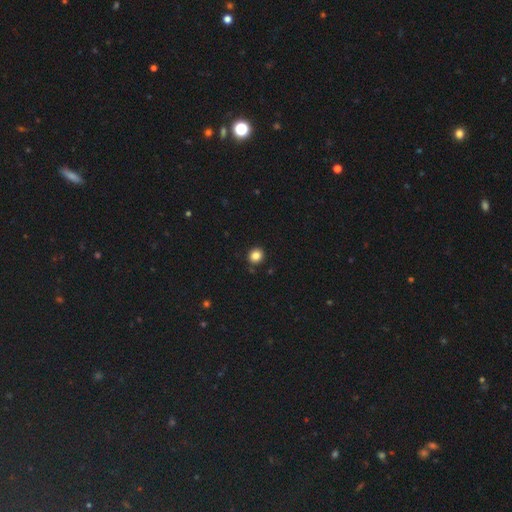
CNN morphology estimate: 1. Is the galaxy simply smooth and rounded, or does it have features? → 85% smooth, 11% star or artifact, 4% featured or disk.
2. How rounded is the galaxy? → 82% round, 17% in between, 1% cigar-shaped.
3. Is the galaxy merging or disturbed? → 89% none, 7% minor disturbance, 2% merger, 2% major disturbance.